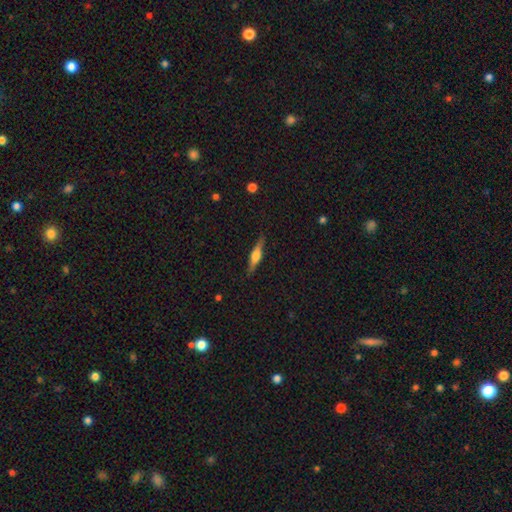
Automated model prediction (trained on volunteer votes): Morphology: type=featured or disk (60%); edge-on=yes (96%); edge-on bulge=rounded (87%); merging=none (88%).